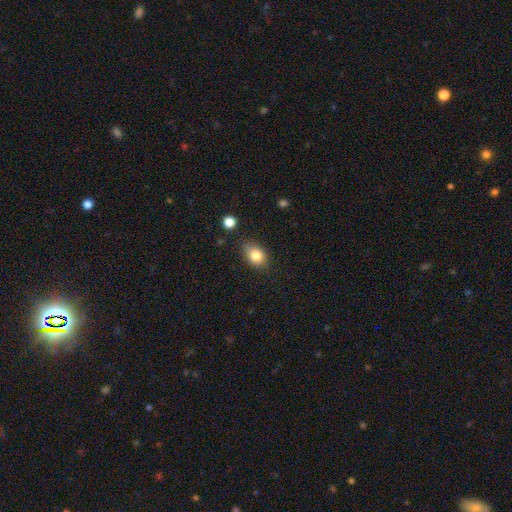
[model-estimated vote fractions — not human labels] Q: Smooth or featured?
A: smooth (82%); runner-up: star or artifact (9%)
Q: How rounded?
A: in between (69%); runner-up: round (29%)
Q: Merging?
A: none (71%); runner-up: minor disturbance (22%)